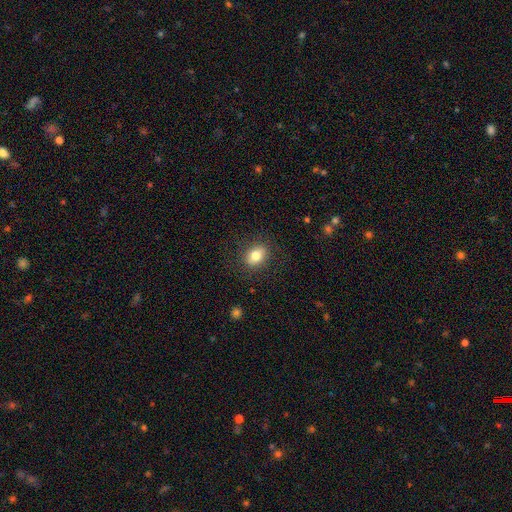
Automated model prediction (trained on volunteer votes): Smooth or featured?
  - smooth: 78% *
  - featured or disk: 13%
  - star or artifact: 9%
How rounded?
  - in between: 64% *
  - round: 35%
  - cigar-shaped: 1%
Merging?
  - none: 85% *
  - minor disturbance: 10%
  - major disturbance: 4%
  - merger: 1%